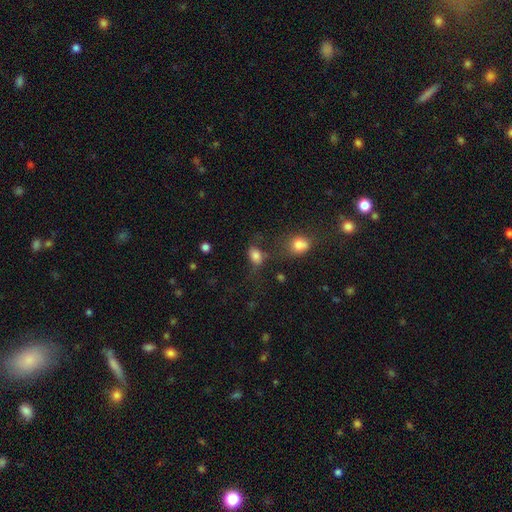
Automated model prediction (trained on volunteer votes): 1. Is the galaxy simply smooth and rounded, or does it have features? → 79% smooth, 12% star or artifact, 9% featured or disk.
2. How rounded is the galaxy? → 77% in between, 21% round, 2% cigar-shaped.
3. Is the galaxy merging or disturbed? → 44% none, 22% minor disturbance, 19% major disturbance, 15% merger.